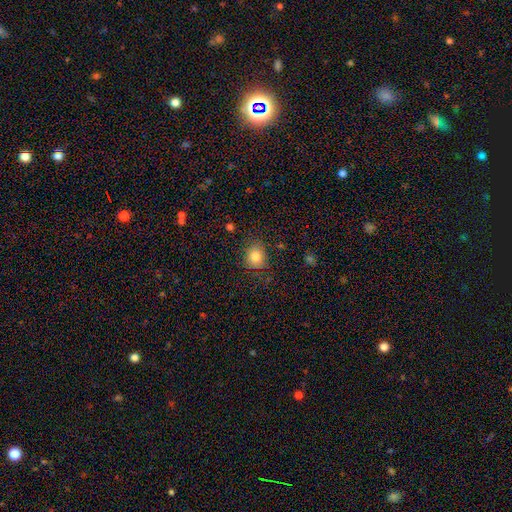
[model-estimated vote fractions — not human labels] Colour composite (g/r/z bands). It shows a smooth galaxy with no disk features (83%) that is round (69%). Merging: none (78%).